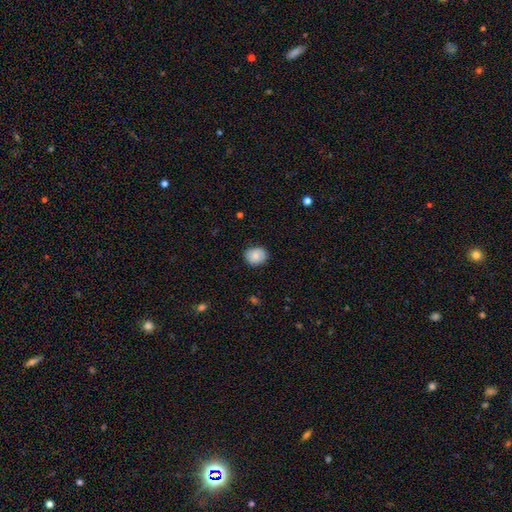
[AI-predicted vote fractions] A smooth galaxy with no disk features (83%) that is round (54%). Merging: none (84%).